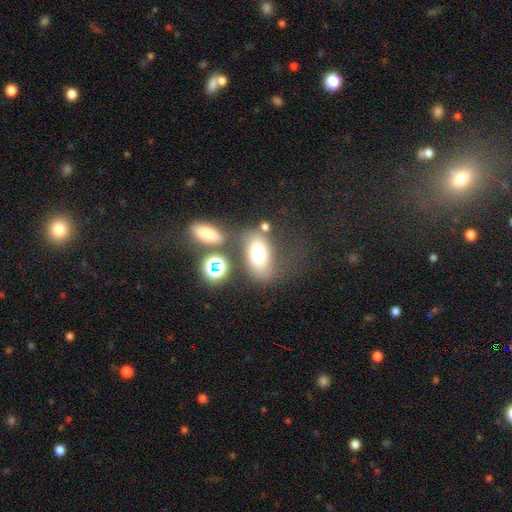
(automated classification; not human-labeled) smooth_or_featured: smooth (p=0.68) [alt: featured or disk p=0.19]
how_rounded: in between (p=0.83) [alt: round p=0.14]
merging: none (p=0.52) [alt: minor disturbance p=0.18]